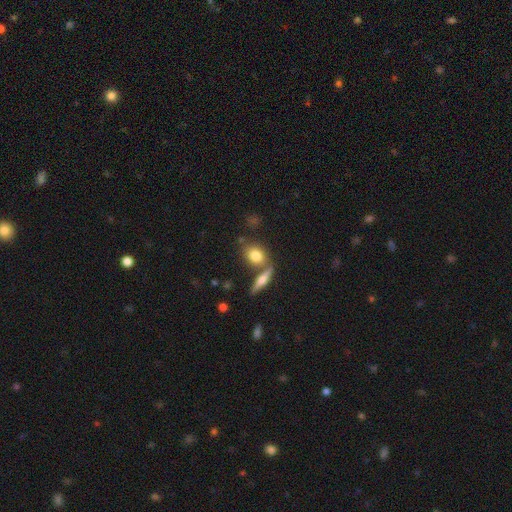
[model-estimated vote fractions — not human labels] A smooth galaxy with no disk features (76%) that is in between round and cigar-shaped (56%). Merging: none (62%).